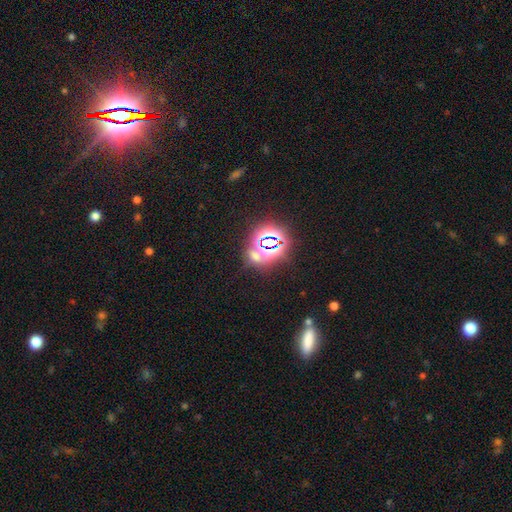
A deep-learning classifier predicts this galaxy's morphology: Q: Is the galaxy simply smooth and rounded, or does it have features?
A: star or artifact — 75%.